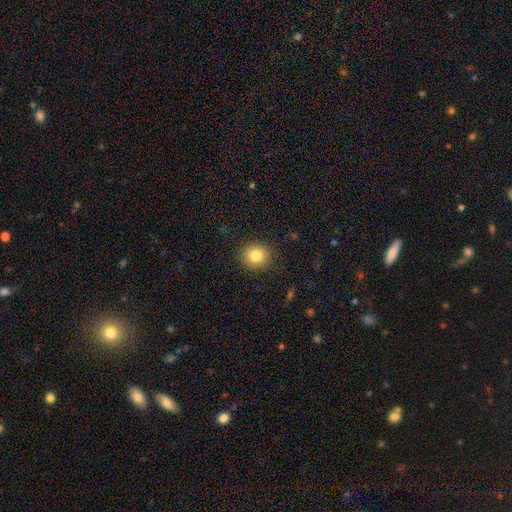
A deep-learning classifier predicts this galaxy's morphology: type=smooth (83%); roundness=round (87%); merging=none (89%).